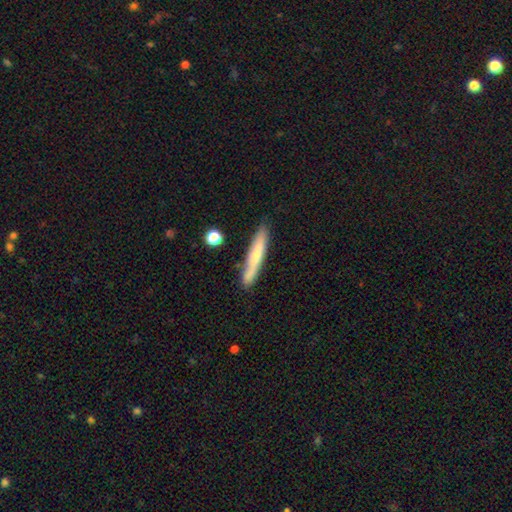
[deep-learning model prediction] This appears to be a smooth galaxy with no disk features (66%) that is cigar-shaped (93%). Merging: none (81%).